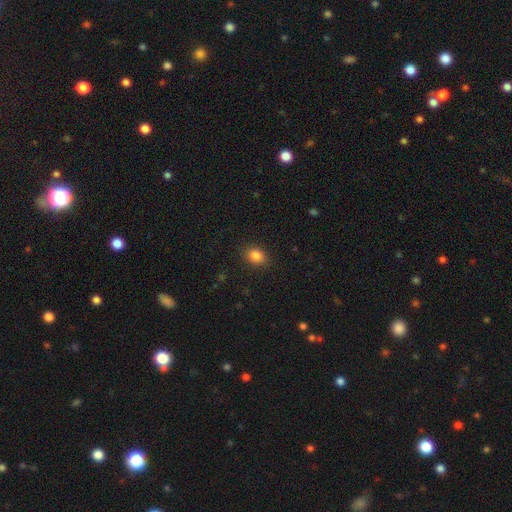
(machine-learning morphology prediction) Q: Smooth or featured?
A: smooth (85%); runner-up: star or artifact (10%)
Q: How rounded?
A: in between (63%); runner-up: round (36%)
Q: Merging?
A: none (89%); runner-up: minor disturbance (8%)